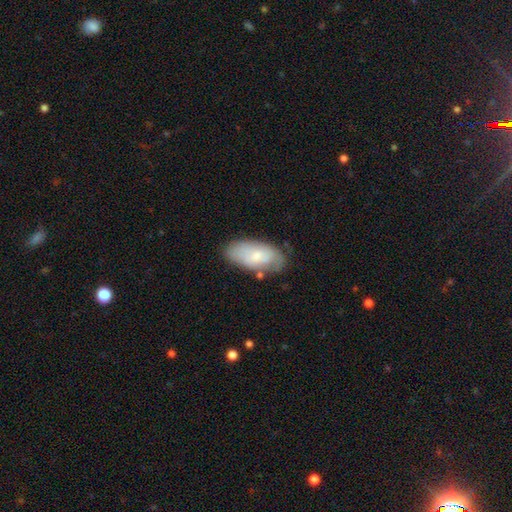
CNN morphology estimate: smooth-or-featured: smooth: 67% | featured or disk: 26% | star or artifact: 6%
  how-rounded: in between: 92% | cigar-shaped: 5% | round: 3%
  merging: none: 65% | minor disturbance: 25% | major disturbance: 6% | merger: 4%